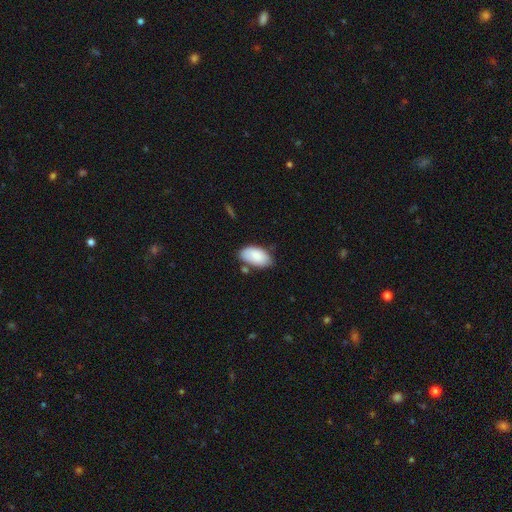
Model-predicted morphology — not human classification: smooth_or_featured: smooth (p=0.84) [alt: featured or disk p=0.10]
how_rounded: in between (p=0.95) [alt: round p=0.03]
merging: none (p=0.66) [alt: minor disturbance p=0.21]